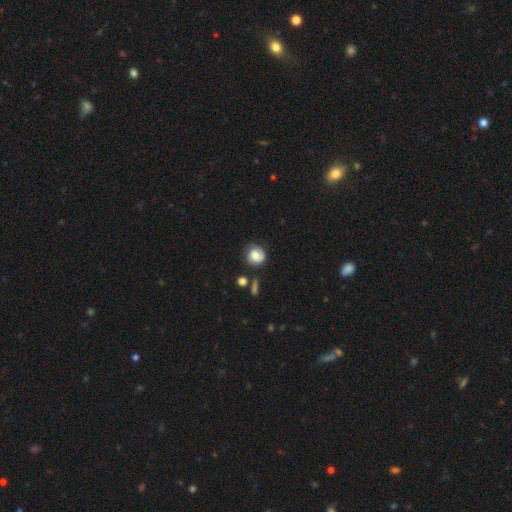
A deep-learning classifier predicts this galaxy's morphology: Overall: smooth (64%; featured or disk 28%). How rounded: round (82%). Merging: none (66%).